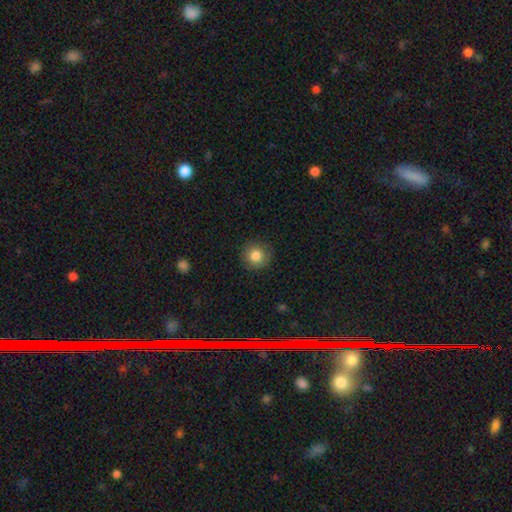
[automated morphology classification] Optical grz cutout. It shows a smooth galaxy with no disk features (83%) that is round (93%). Merging: none (88%).